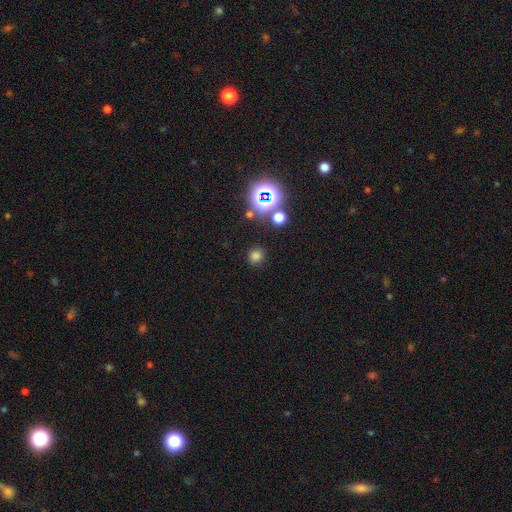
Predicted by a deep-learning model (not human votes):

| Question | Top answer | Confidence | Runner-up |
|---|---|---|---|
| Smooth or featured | smooth | 69% | star or artifact (25%) |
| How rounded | round | 85% | in between (13%) |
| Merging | none | 84% | minor disturbance (9%) |